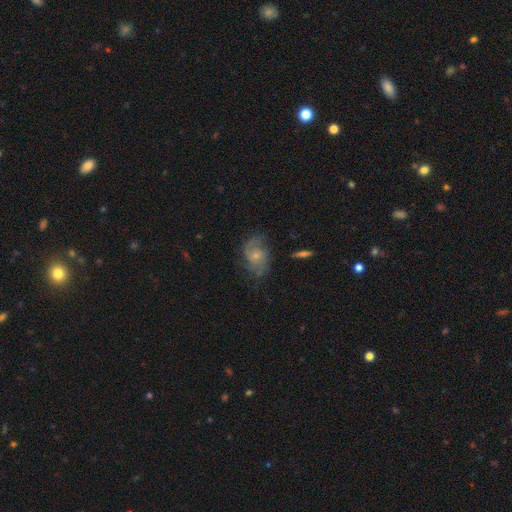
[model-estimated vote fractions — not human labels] This is likely a featured or disk galaxy (74%). It is clearly not viewed edge-on (97%). Bar: likely no (67%). Spiral arm pattern: clearly yes (92%). Spiral arm count: likely 2 (69%). Spiral winding: possibly medium (46%). Central bulge: likely small (65%). Merging: likely none (63%).